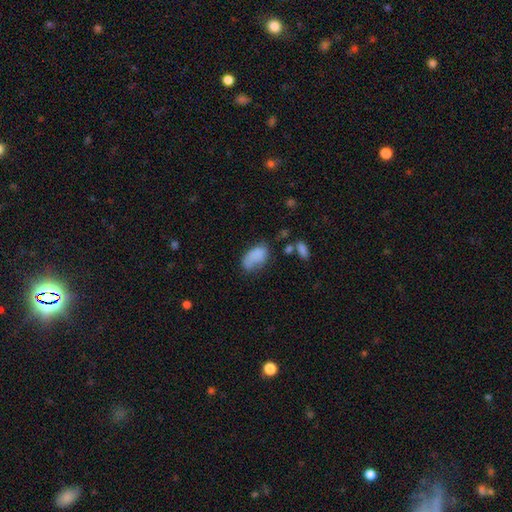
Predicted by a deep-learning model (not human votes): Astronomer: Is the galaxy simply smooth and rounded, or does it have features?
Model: smooth — 78%.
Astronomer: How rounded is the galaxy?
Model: in between — 91%.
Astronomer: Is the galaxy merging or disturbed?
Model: none — 37% (runner-up: minor disturbance, 32%).